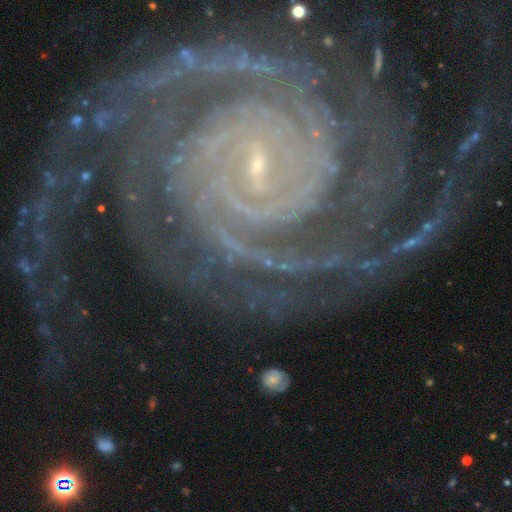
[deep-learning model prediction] Smooth or featured?
  - featured or disk: 92% *
  - star or artifact: 5%
  - smooth: 3%
Edge-on disk?
  - no: 98% *
  - yes: 2%
Bar?
  - weak: 41% *
  - no: 31%
  - strong: 28%
Spiral arms?
  - yes: 99% *
  - no: 1%
Spiral winding?
  - tight: 80% *
  - medium: 17%
  - loose: 3%
Spiral arm count?
  - 2: 37% *
  - 4: 15%
  - 3: 14%
  - can't tell: 14%
  - more than 4: 12%
  - 1: 9%
Bulge size?
  - small: 85% *
  - moderate: 10%
  - none: 3%
  - large: 1%
  - dominant: 1%
Merging?
  - none: 74% *
  - minor disturbance: 14%
  - major disturbance: 10%
  - merger: 2%